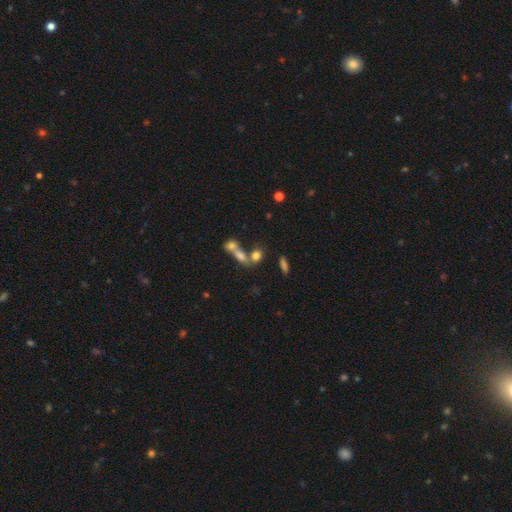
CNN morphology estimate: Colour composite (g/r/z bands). It shows a smooth galaxy with no disk features (71%) that is in between round and cigar-shaped (63%). Merging: merger (49%).